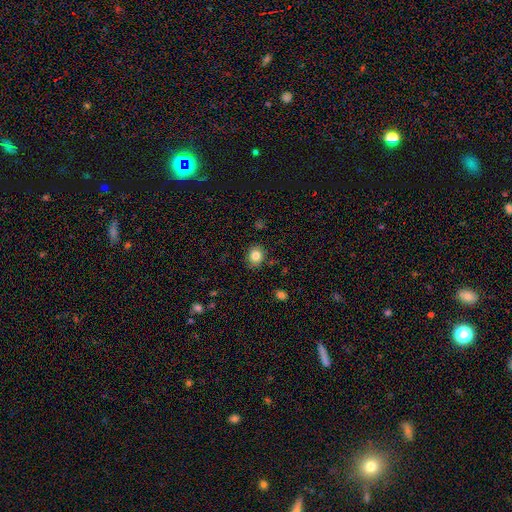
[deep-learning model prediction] smooth 83%, star or artifact 10%, featured or disk 7%. Down the decision tree: how rounded — round (66%); merging — none (86%).